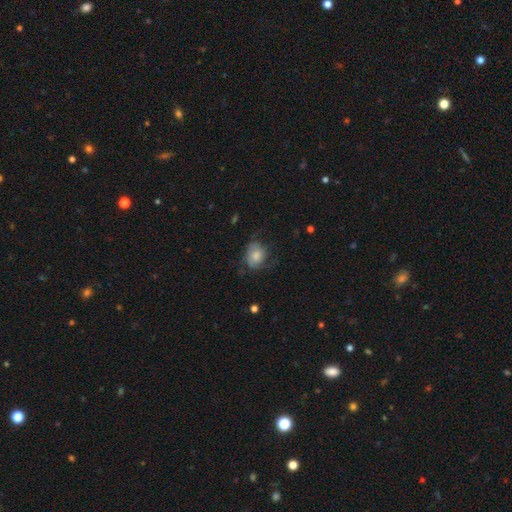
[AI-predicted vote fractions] Smooth or featured: smooth — 51% (featured or disk — 41%)
How rounded: round — 54% (in between — 45%)
Merging: none — 49% (minor disturbance — 27%)